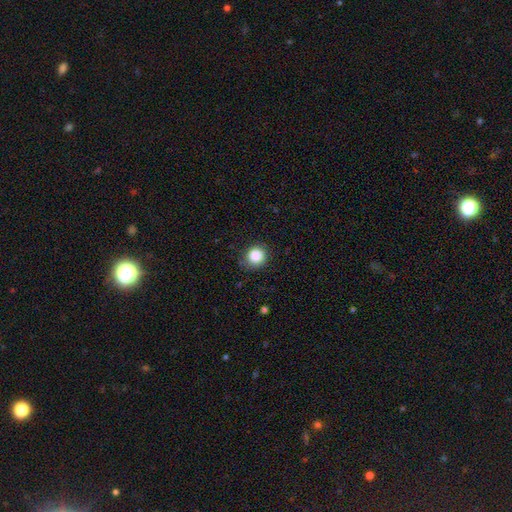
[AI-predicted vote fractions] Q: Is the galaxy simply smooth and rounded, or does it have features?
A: smooth — 86%.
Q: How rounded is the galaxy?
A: round — 91%.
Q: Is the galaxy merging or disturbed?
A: none — 85%.